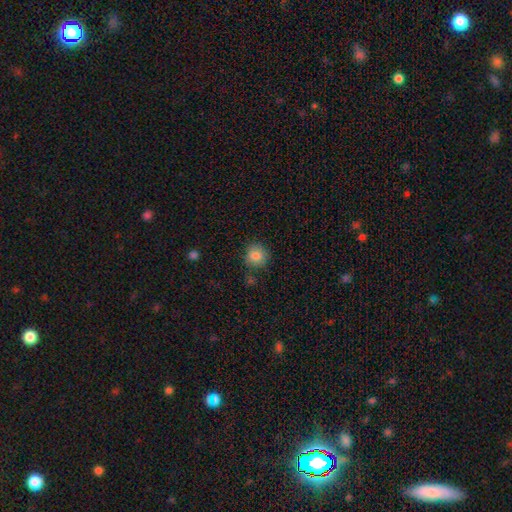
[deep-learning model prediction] A smooth galaxy with no disk features (84%) that is round (90%).

Vote fractions:
- Smooth or featured? smooth: 84% / star or artifact: 10% / featured or disk: 6%
- How rounded? round: 90% / in between: 9% / cigar-shaped: 1%
- Merging? none: 80% / minor disturbance: 12% / merger: 4% / major disturbance: 3%